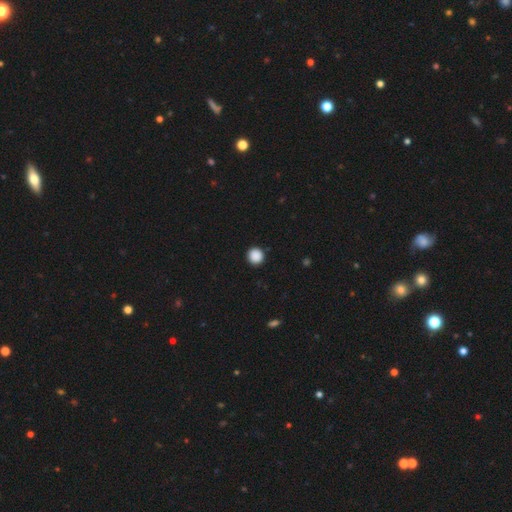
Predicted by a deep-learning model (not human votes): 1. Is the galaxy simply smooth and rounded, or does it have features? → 89% smooth, 9% star or artifact, 2% featured or disk.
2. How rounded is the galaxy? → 95% round, 5% in between, 1% cigar-shaped.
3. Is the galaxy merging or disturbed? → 93% none, 5% minor disturbance, 2% major disturbance, 1% merger.